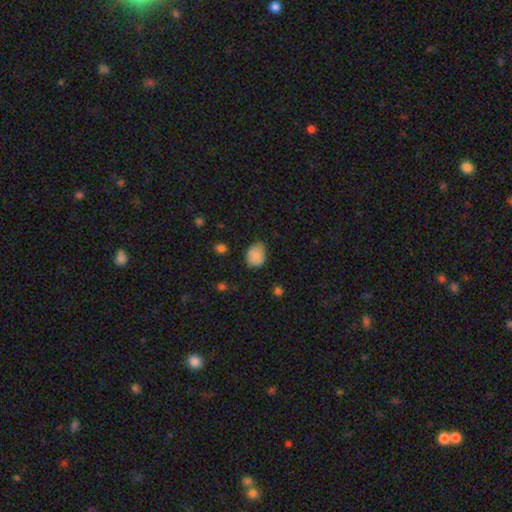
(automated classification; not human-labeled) The model was most divided on "how rounded": in between: 56%, round: 43%, cigar-shaped: 1%. More confident: smooth or featured — smooth (84%); merging — none (61%).